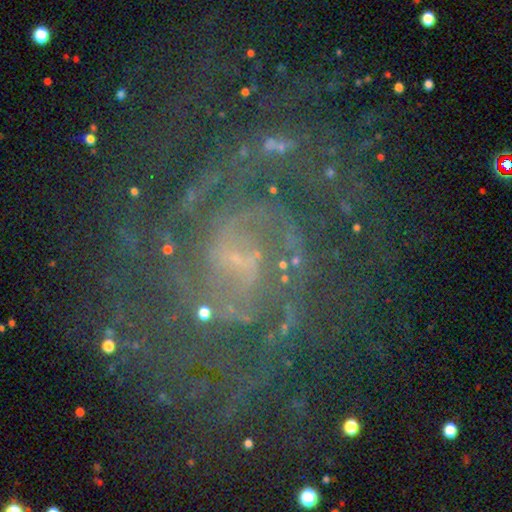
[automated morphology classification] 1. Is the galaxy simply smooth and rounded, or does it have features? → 81% featured or disk, 13% star or artifact, 6% smooth.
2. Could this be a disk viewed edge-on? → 98% no, 2% yes.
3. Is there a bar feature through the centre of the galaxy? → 47% weak, 32% no, 21% strong.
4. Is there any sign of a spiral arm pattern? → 95% yes, 5% no.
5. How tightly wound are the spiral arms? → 48% tight, 39% medium, 13% loose.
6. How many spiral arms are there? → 28% 2, 25% can't tell, 15% 3, 11% 4, 11% more than 4, 10% 1.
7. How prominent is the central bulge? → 65% small, 19% none, 13% moderate, 2% large, 1% dominant.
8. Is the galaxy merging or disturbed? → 65% none, 17% minor disturbance, 15% major disturbance, 3% merger.